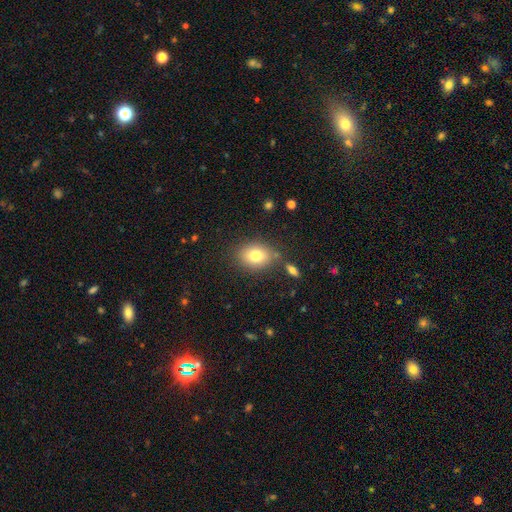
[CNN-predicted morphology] Smooth or featured? smooth (77%)
How rounded? in between (61%)
Merging? none (78%)